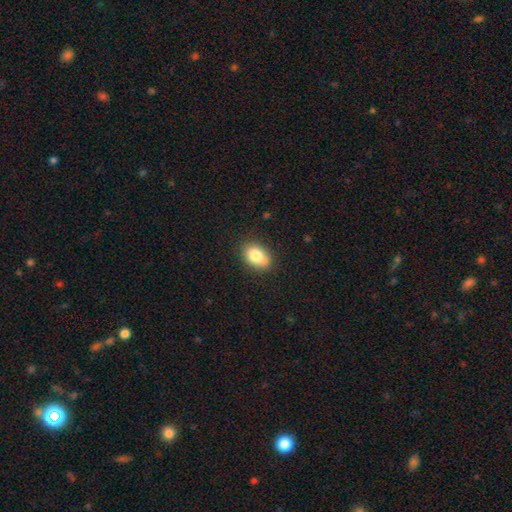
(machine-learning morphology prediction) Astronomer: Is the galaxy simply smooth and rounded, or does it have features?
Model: smooth — 81%.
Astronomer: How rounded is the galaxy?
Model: in between — 73%.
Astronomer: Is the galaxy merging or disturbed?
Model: none — 71%.